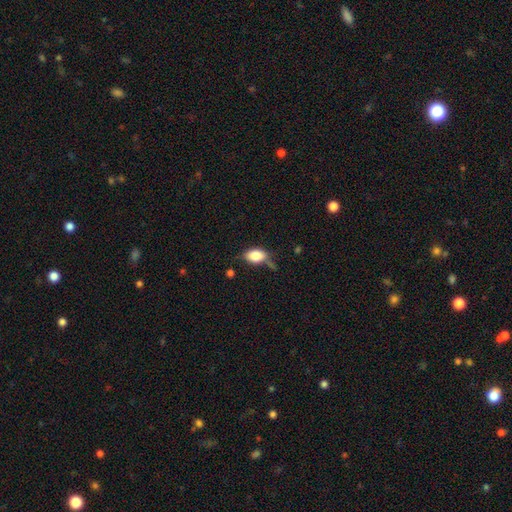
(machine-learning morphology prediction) A smooth galaxy with no disk features (80%) that is in between round and cigar-shaped (85%).

Vote fractions:
- Smooth or featured? smooth: 80% / featured or disk: 12% / star or artifact: 8%
- How rounded? in between: 85% / round: 12% / cigar-shaped: 3%
- Merging? none: 51% / minor disturbance: 30% / major disturbance: 11% / merger: 8%